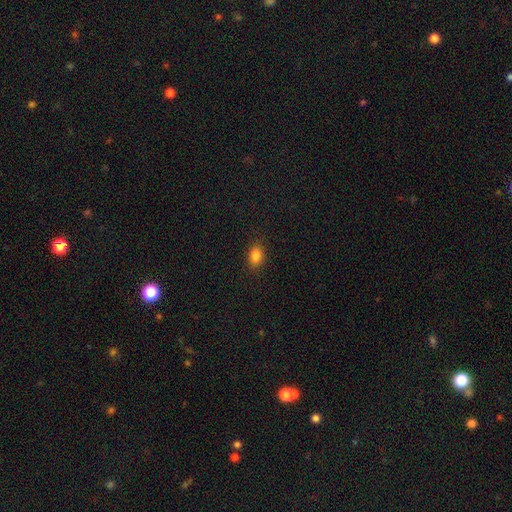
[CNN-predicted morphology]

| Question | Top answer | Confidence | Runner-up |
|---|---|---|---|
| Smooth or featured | smooth | 84% | star or artifact (11%) |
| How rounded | in between | 76% | round (22%) |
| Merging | none | 87% | minor disturbance (9%) |